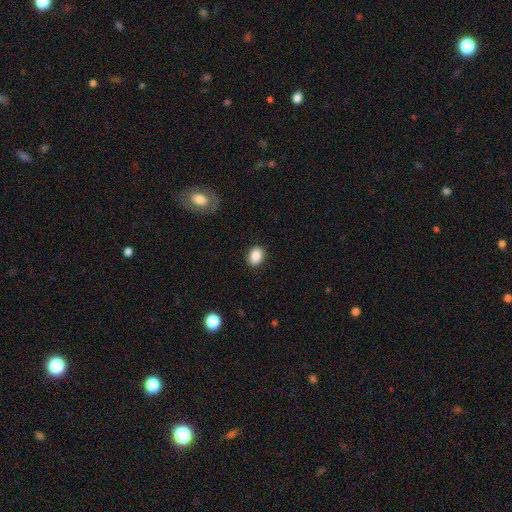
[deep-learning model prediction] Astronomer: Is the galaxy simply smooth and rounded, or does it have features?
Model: smooth — 87%.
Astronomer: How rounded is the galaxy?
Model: in between — 68%.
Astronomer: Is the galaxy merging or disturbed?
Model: none — 88%.